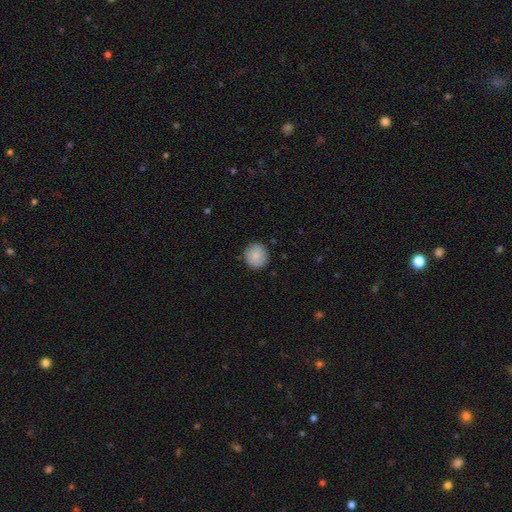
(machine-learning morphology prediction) Q: Smooth or featured?
A: smooth (85%); runner-up: featured or disk (8%)
Q: How rounded?
A: round (93%); runner-up: in between (6%)
Q: Merging?
A: none (89%); runner-up: minor disturbance (8%)